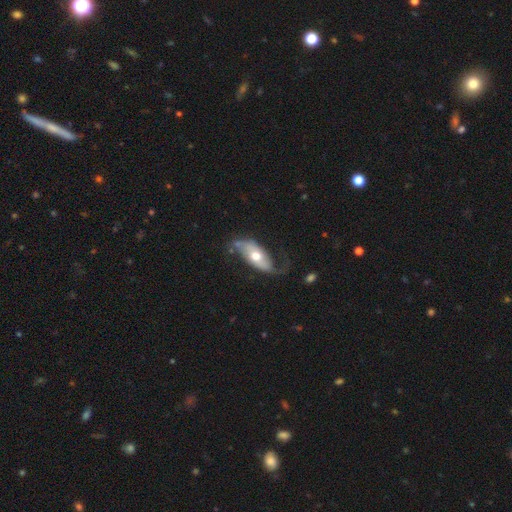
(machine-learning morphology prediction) The model was most divided on "merging": none: 49%, minor disturbance: 27%, major disturbance: 21%, merger: 4%. More confident: edge-on disk — no (87%); spiral arms — yes (81%); bulge size — moderate (72%); smooth or featured — featured or disk (66%); bar — no (62%).